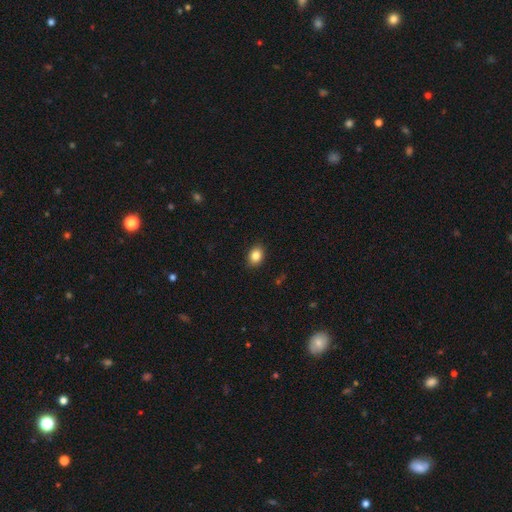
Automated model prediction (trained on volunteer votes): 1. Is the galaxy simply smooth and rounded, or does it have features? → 85% smooth, 9% star or artifact, 6% featured or disk.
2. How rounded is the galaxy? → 64% in between, 35% round, 1% cigar-shaped.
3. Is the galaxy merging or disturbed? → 89% none, 8% minor disturbance, 2% major disturbance, 1% merger.